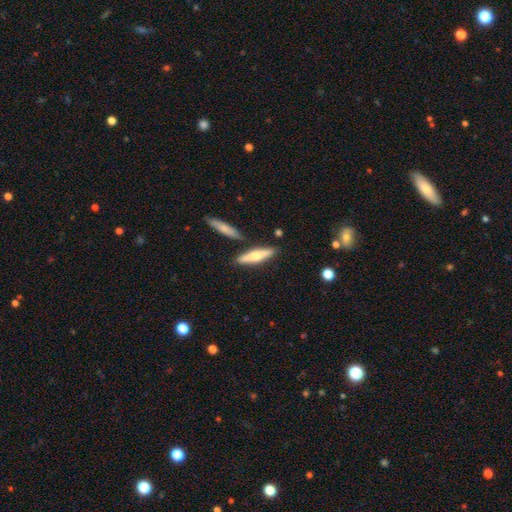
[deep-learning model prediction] Morphology: type=smooth (51%); roundness=cigar-shaped (75%); merging=none (79%).